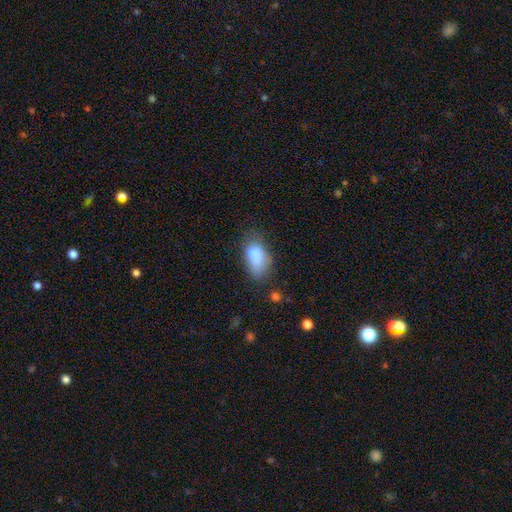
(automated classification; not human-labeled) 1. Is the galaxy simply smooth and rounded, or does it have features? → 77% smooth, 13% featured or disk, 10% star or artifact.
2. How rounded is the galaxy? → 91% in between, 6% round, 3% cigar-shaped.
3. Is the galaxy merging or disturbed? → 40% none, 31% minor disturbance, 17% major disturbance, 11% merger.